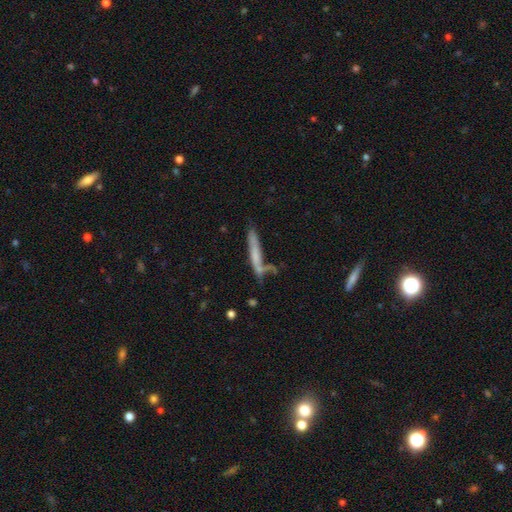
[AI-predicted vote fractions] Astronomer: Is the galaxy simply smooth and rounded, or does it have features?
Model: smooth — 54% (runner-up: featured or disk, 37%).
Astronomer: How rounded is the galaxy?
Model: cigar-shaped — 92%.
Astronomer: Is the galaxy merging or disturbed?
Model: none — 57%.